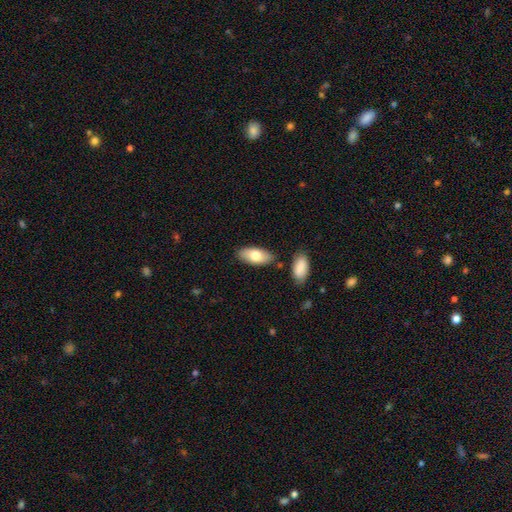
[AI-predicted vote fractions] smooth_or_featured: smooth (p=0.77) [alt: featured or disk p=0.17]
how_rounded: in between (p=0.90) [alt: cigar-shaped p=0.07]
merging: none (p=0.82) [alt: minor disturbance p=0.11]